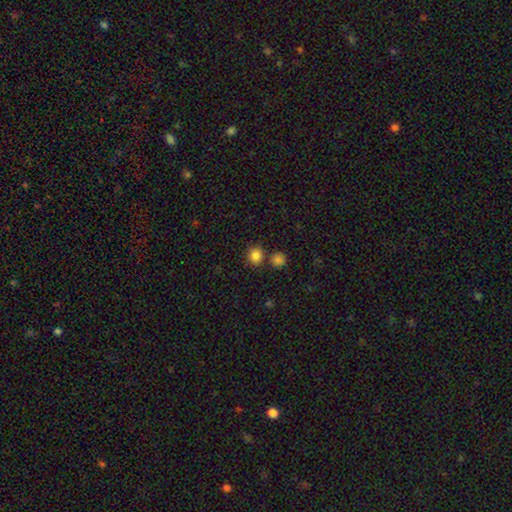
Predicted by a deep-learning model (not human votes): Smooth or featured? smooth (84%)
How rounded? round (85%)
Merging? none (76%)